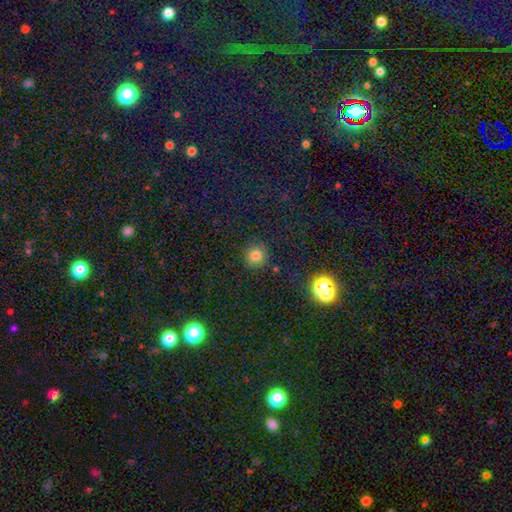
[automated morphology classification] A smooth galaxy with no disk features (78%) that is round (92%).

Vote fractions:
- Smooth or featured? smooth: 78% / star or artifact: 16% / featured or disk: 7%
- How rounded? round: 92% / in between: 7% / cigar-shaped: 1%
- Merging? none: 89% / minor disturbance: 7% / major disturbance: 2% / merger: 2%